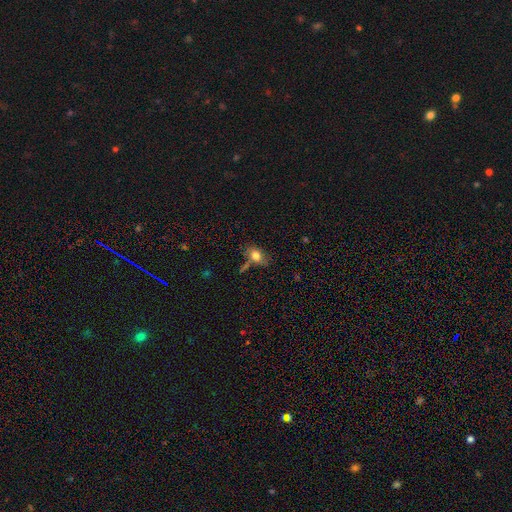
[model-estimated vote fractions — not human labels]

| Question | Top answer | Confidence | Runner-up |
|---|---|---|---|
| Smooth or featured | smooth | 78% | featured or disk (12%) |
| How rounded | in between | 75% | round (22%) |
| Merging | none | 58% | minor disturbance (21%) |